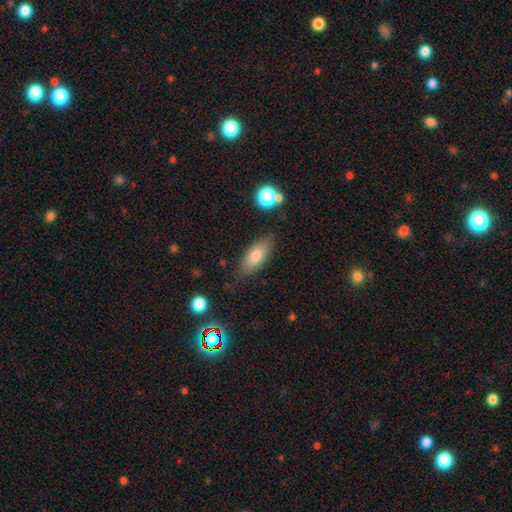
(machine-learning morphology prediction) smooth_or_featured: smooth (p=0.77) [alt: featured or disk p=0.15]
how_rounded: in between (p=0.79) [alt: cigar-shaped p=0.18]
merging: none (p=0.81) [alt: minor disturbance p=0.13]